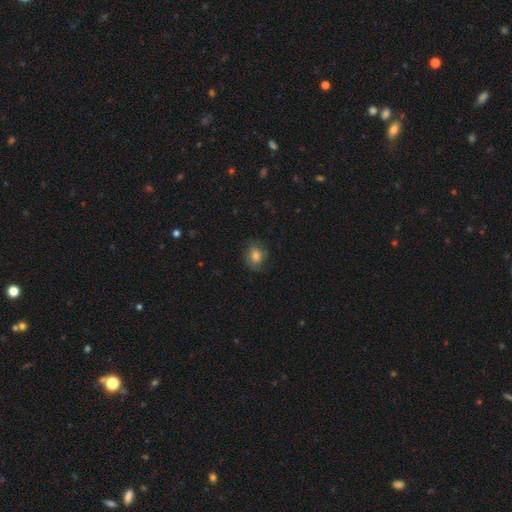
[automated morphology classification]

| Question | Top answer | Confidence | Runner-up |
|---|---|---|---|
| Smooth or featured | smooth | 62% | featured or disk (27%) |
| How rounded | round | 53% | in between (46%) |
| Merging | none | 70% | minor disturbance (20%) |